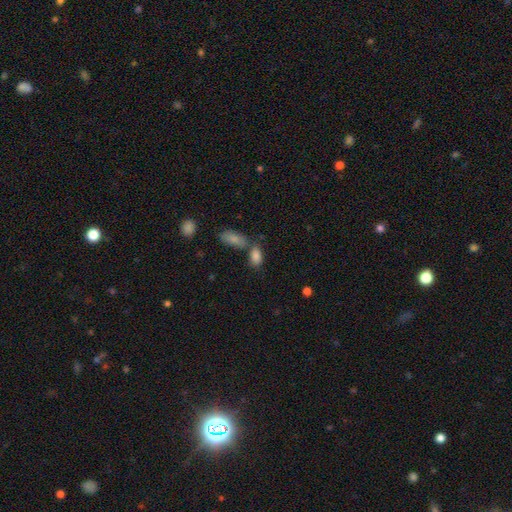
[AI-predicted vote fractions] This is clearly a smooth galaxy (85%). How rounded: clearly in between (90%). Merging: possibly none (52%).